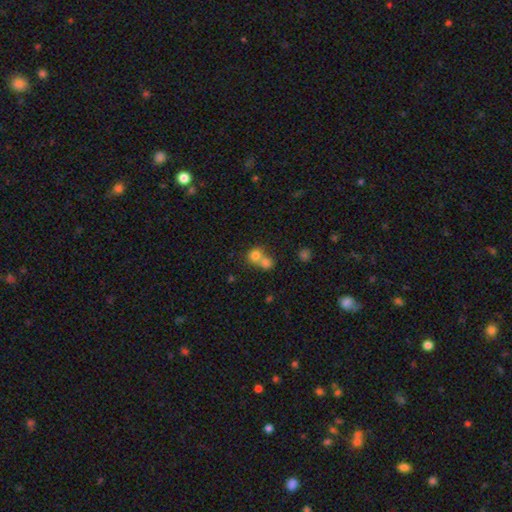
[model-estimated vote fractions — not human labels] smooth-or-featured: smooth: 77% | star or artifact: 12% | featured or disk: 11%
  how-rounded: round: 79% | in between: 20% | cigar-shaped: 1%
  merging: merger: 58% | none: 34% | minor disturbance: 5% | major disturbance: 3%